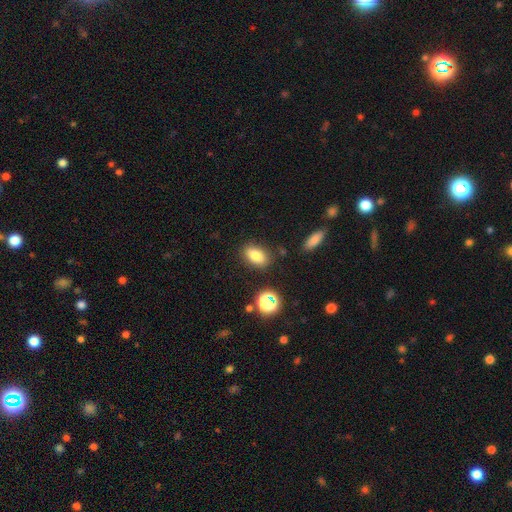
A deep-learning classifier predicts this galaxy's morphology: Smooth or featured? smooth (81%)
How rounded? in between (84%)
Merging? none (83%)